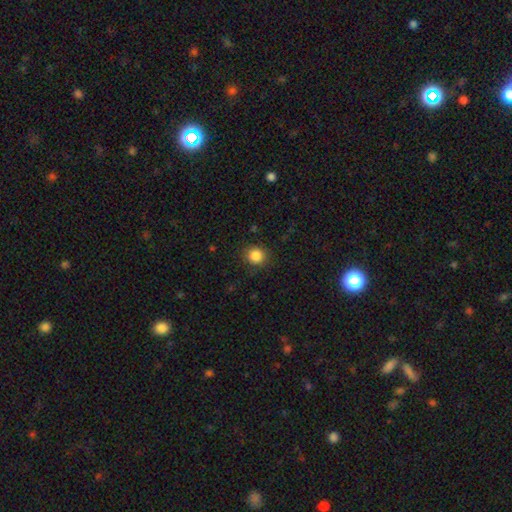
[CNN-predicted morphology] Overall: smooth (86%). How rounded: round (88%). Merging: none (87%).